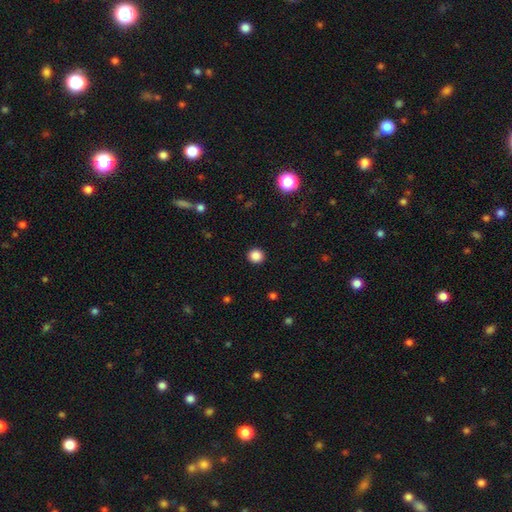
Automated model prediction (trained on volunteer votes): Smooth or featured? smooth (86%)
How rounded? round (91%)
Merging? none (92%)